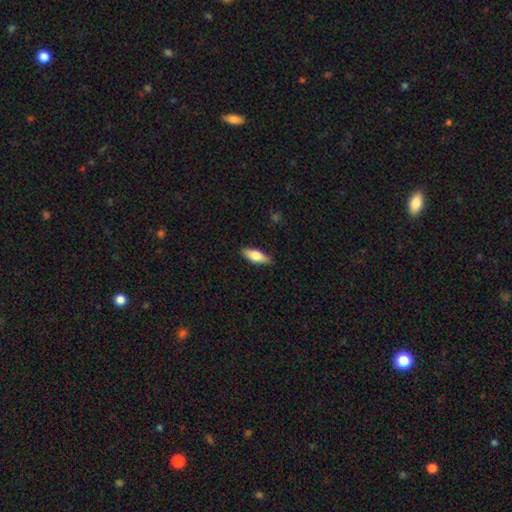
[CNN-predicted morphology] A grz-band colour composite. It shows a smooth galaxy with no disk features (68%) that is in between round and cigar-shaped (67%). Merging: none (87%).